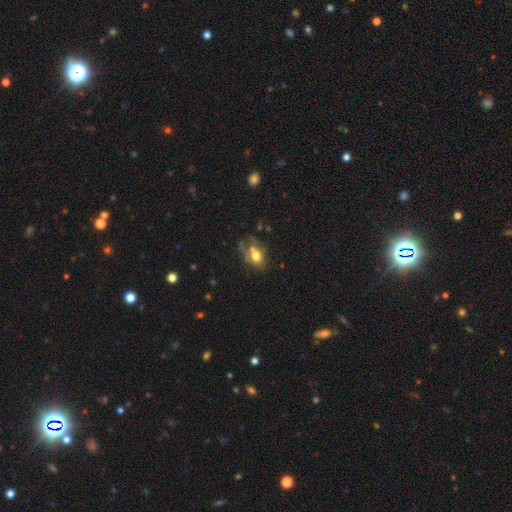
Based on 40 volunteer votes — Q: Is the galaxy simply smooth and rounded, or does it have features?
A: smooth — 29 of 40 (72%).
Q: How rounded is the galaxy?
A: in between — 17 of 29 (59%).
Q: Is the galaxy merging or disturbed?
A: merger — 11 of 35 (31%).